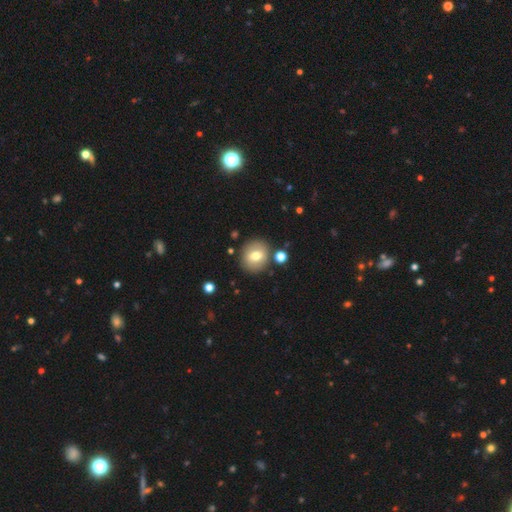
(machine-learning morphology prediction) Smooth or featured?
  - smooth: 66% *
  - featured or disk: 24%
  - star or artifact: 9%
How rounded?
  - round: 78% *
  - in between: 21%
  - cigar-shaped: 1%
Merging?
  - none: 83% *
  - minor disturbance: 9%
  - merger: 5%
  - major disturbance: 3%